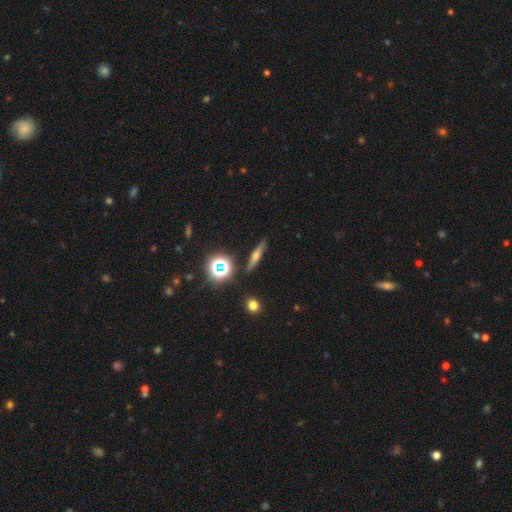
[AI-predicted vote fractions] Smooth or featured? Predicted: smooth (p=0.43). Merging? Predicted: none (p=0.88).